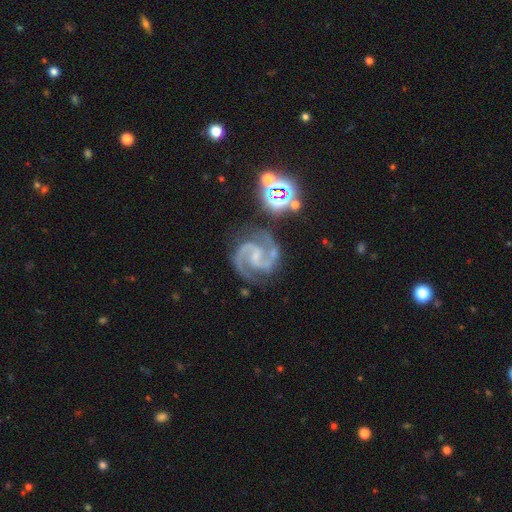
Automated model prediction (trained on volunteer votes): Smooth or featured?
  - featured or disk: 92% *
  - star or artifact: 6%
  - smooth: 3%
Edge-on disk?
  - no: 98% *
  - yes: 2%
Bar?
  - weak: 48% *
  - no: 31%
  - strong: 21%
Spiral arms?
  - yes: 99% *
  - no: 1%
Spiral winding?
  - medium: 65% *
  - tight: 25%
  - loose: 10%
Spiral arm count?
  - 2: 93% *
  - 3: 2%
  - can't tell: 1%
  - 1: 1%
  - 4: 1%
  - more than 4: 1%
Bulge size?
  - small: 56% *
  - none: 27%
  - moderate: 15%
  - large: 1%
  - dominant: 1%
Merging?
  - none: 76% *
  - minor disturbance: 15%
  - major disturbance: 5%
  - merger: 3%